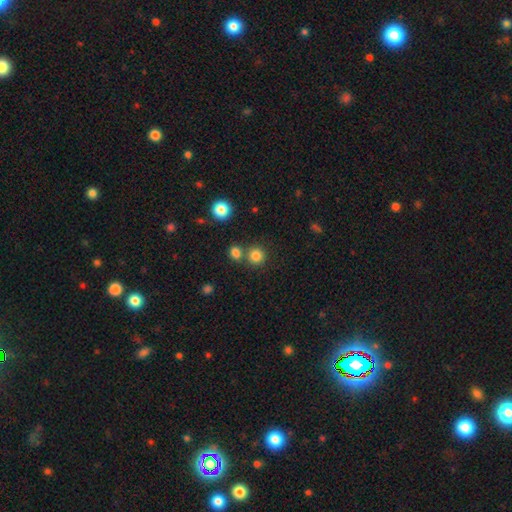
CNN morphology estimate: smooth 82%, star or artifact 13%, featured or disk 5%. Down the decision tree: how rounded — round (92%); merging — none (72%).